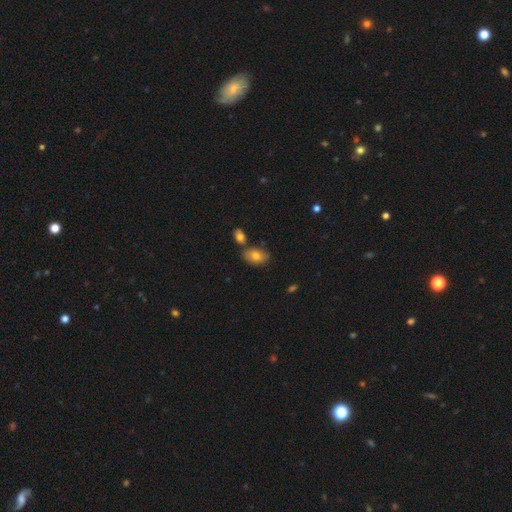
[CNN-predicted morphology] Smooth or featured? Predicted: smooth (p=0.75). How rounded? Predicted: in between (p=0.86). Merging? Predicted: none (p=0.64).